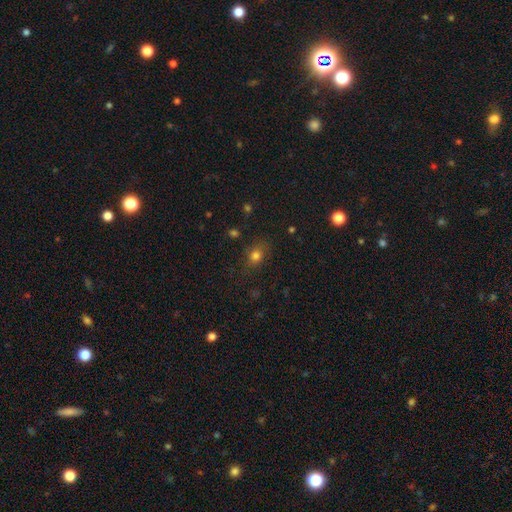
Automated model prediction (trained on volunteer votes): Smooth or featured: smooth — 76% (star or artifact — 16%)
How rounded: round — 54% (in between — 44%)
Merging: none — 76% (minor disturbance — 16%)